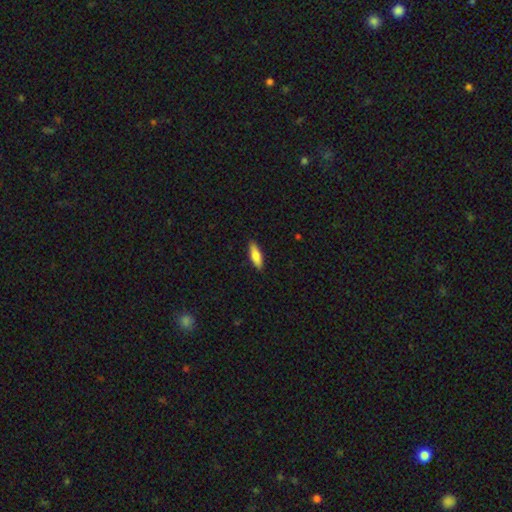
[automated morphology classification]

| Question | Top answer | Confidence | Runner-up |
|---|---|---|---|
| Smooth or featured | smooth | 80% | featured or disk (14%) |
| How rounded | in between | 55% | cigar-shaped (43%) |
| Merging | none | 89% | minor disturbance (9%) |